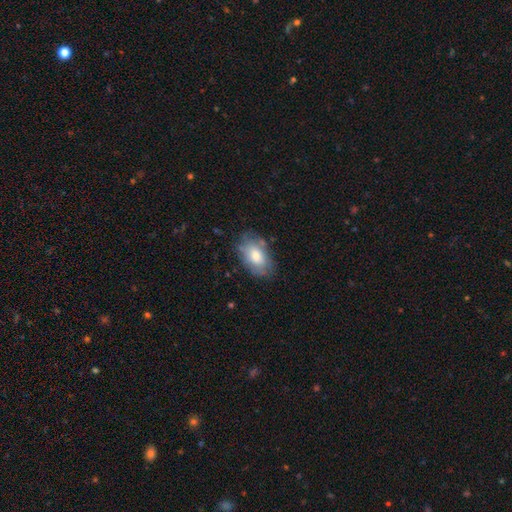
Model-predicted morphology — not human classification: smooth 68%, featured or disk 25%, star or artifact 7%. Down the decision tree: how rounded — in between (90%); merging — none (68%).